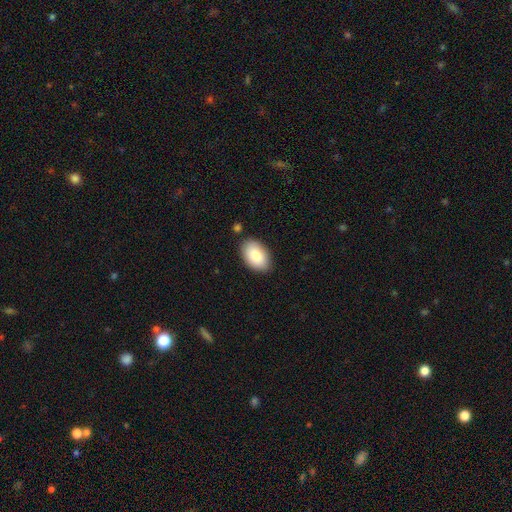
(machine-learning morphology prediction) A smooth galaxy with no disk features (86%) that is in between round and cigar-shaped (94%).

Vote fractions:
- Smooth or featured? smooth: 86% / featured or disk: 8% / star or artifact: 6%
- How rounded? in between: 94% / round: 5% / cigar-shaped: 1%
- Merging? none: 85% / minor disturbance: 11% / major disturbance: 2% / merger: 2%